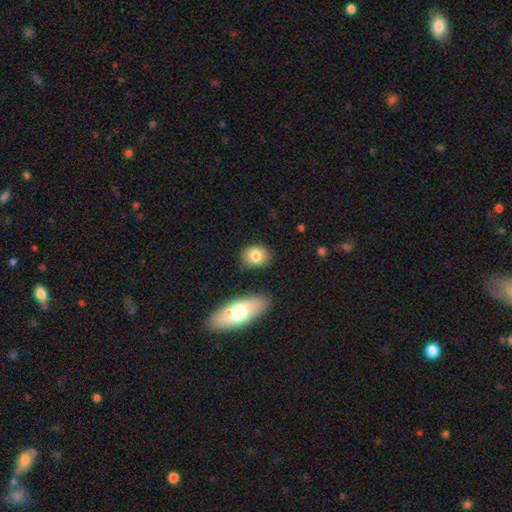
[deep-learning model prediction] smooth_or_featured: smooth (p=0.81) [alt: featured or disk p=0.11]
how_rounded: in between (p=0.49) [tied with: round p=0.49]
merging: none (p=0.83) [alt: minor disturbance p=0.10]